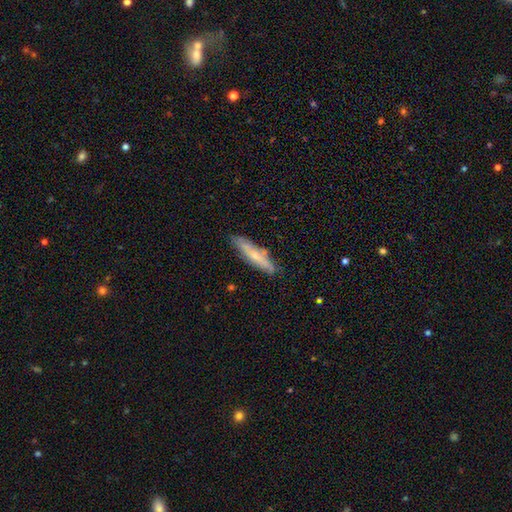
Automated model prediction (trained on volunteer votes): A smooth galaxy with no disk features (50%). Merging: none (79%).